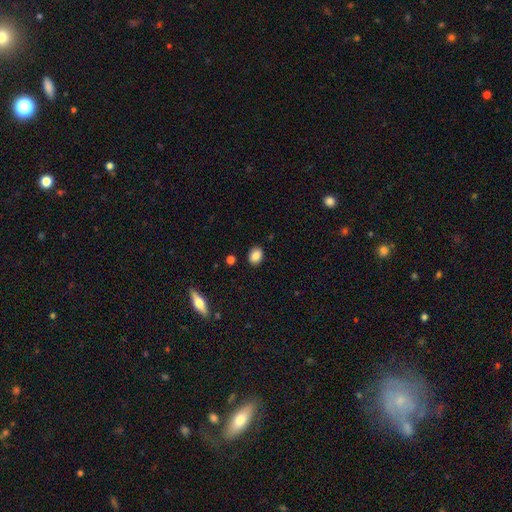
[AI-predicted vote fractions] This is clearly a smooth galaxy (86%). How rounded: possibly in between (59%). Merging: clearly none (88%).